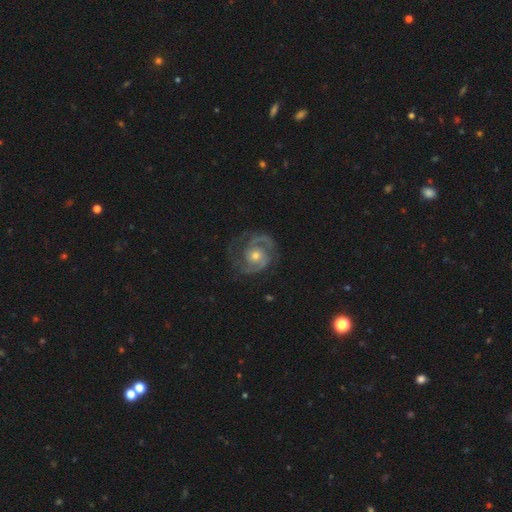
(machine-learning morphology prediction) featured or disk 91%, star or artifact 4%, smooth 4%. Down the decision tree: edge-on disk — no (98%); bar — no (70%); spiral arms — yes (98%); spiral arm count — 2 (85%); spiral winding — tight (50%); bulge size — moderate (62%); merging — none (77%).